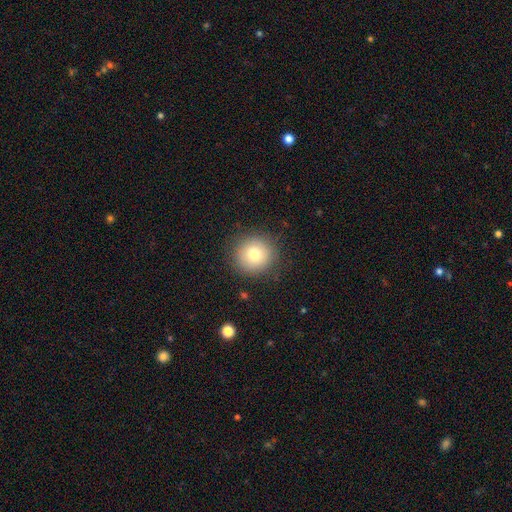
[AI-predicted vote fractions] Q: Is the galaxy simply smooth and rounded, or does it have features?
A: smooth — 77%.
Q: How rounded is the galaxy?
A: round — 93%.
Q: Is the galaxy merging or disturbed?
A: none — 87%.